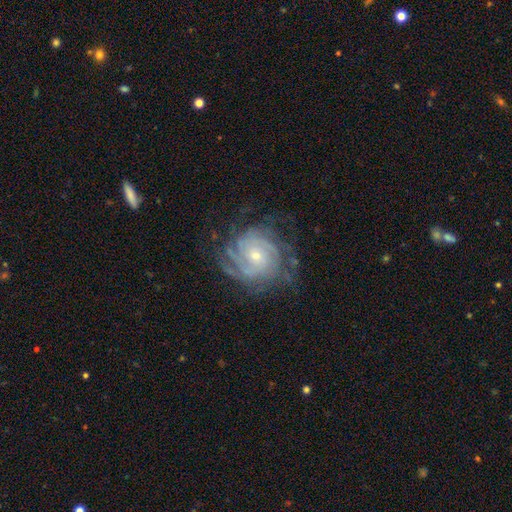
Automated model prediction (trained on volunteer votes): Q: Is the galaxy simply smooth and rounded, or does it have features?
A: featured or disk — 86%.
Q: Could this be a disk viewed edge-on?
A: no — 97%.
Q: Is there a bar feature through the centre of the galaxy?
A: no — 71%.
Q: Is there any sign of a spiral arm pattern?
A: yes — 97%.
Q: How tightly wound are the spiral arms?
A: tight — 73%.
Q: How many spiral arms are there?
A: can't tell — 31%.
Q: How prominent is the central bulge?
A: small — 64%.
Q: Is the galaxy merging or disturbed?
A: none — 73%.